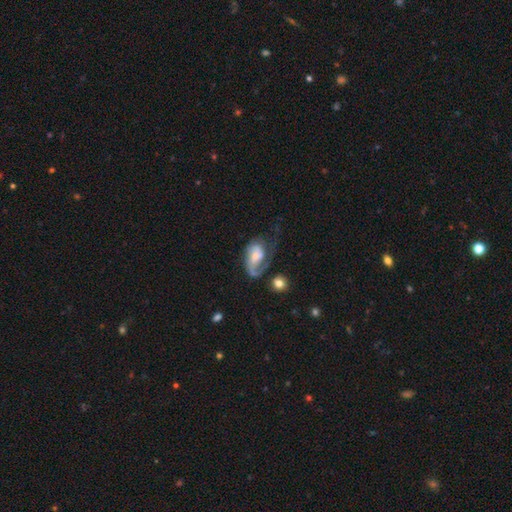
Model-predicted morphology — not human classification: Q: Smooth or featured?
A: featured or disk (68%); runner-up: smooth (26%)
Q: Edge-on disk?
A: no (96%); runner-up: yes (4%)
Q: Bar?
A: no (52%); runner-up: weak (37%)
Q: Spiral arms?
A: yes (87%); runner-up: no (13%)
Q: Spiral winding?
A: medium (41%); runner-up: loose (32%)
Q: Spiral arm count?
A: 1 (54%); runner-up: 2 (31%)
Q: Bulge size?
A: moderate (44%); runner-up: small (38%)
Q: Merging?
A: major disturbance (38%); runner-up: none (34%)